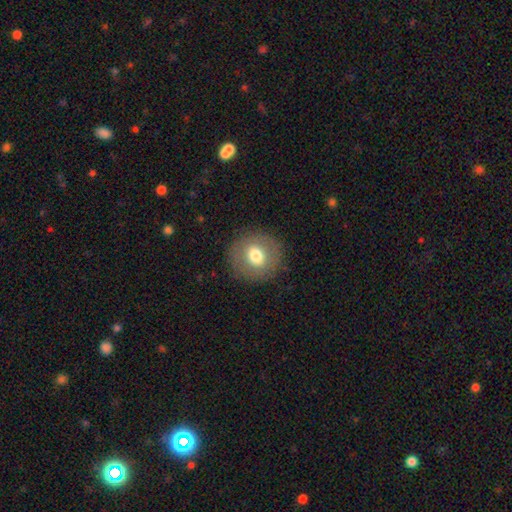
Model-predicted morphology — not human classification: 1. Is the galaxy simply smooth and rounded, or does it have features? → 70% smooth, 21% featured or disk, 9% star or artifact.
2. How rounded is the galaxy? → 90% round, 9% in between, 1% cigar-shaped.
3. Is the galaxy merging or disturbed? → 88% none, 7% minor disturbance, 3% major disturbance, 1% merger.